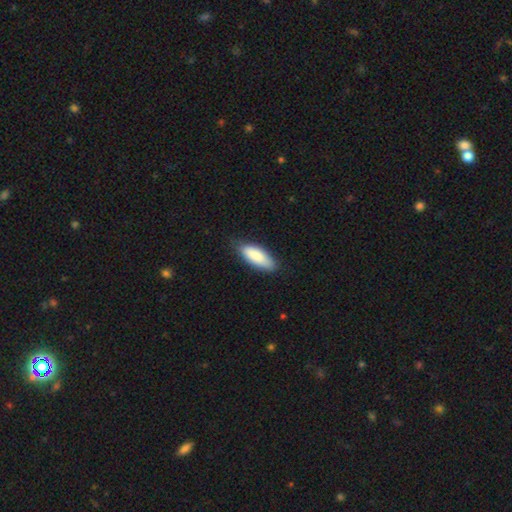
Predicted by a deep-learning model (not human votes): This is clearly a smooth galaxy (87%). How rounded: likely in between (72%). Merging: clearly none (80%).